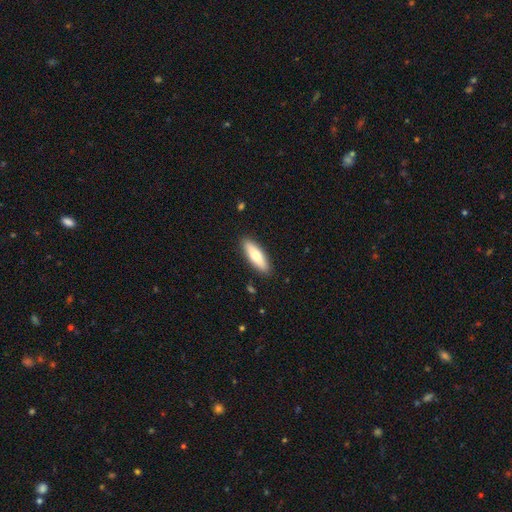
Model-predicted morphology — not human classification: smooth-or-featured: smooth: 72% | featured or disk: 23% | star or artifact: 5%
  how-rounded: in between: 51% | cigar-shaped: 48% | round: 2%
  merging: none: 89% | minor disturbance: 8% | major disturbance: 2% | merger: 1%